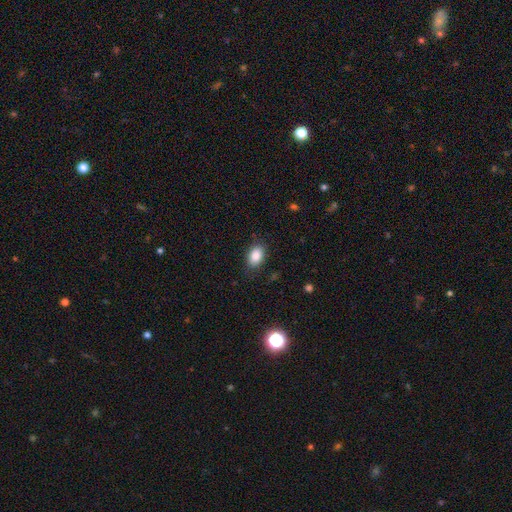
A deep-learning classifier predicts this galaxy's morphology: This appears to be a smooth galaxy with no disk features (86%) that is in between round and cigar-shaped (86%). Merging: none (83%).